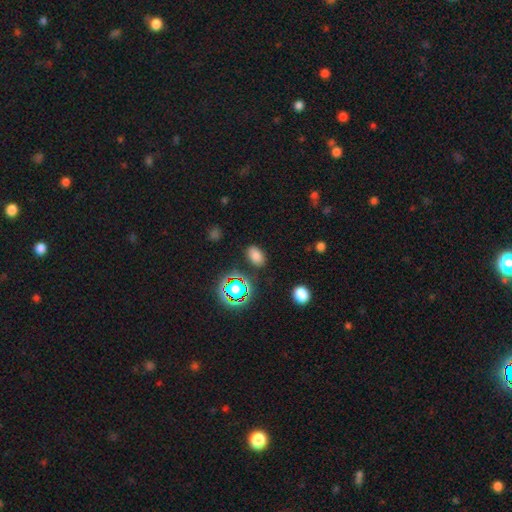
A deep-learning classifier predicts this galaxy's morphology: smooth_or_featured: smooth (p=0.75) [alt: star or artifact p=0.19]
how_rounded: in between (p=0.88) [alt: round p=0.10]
merging: none (p=0.85) [alt: minor disturbance p=0.10]